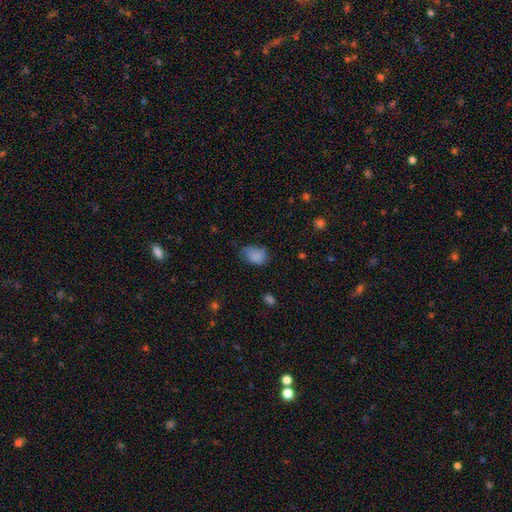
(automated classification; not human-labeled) Smooth or featured?
  - smooth: 81% *
  - star or artifact: 10%
  - featured or disk: 9%
How rounded?
  - in between: 79% *
  - round: 20%
  - cigar-shaped: 1%
Merging?
  - none: 49% *
  - minor disturbance: 35%
  - major disturbance: 13%
  - merger: 2%